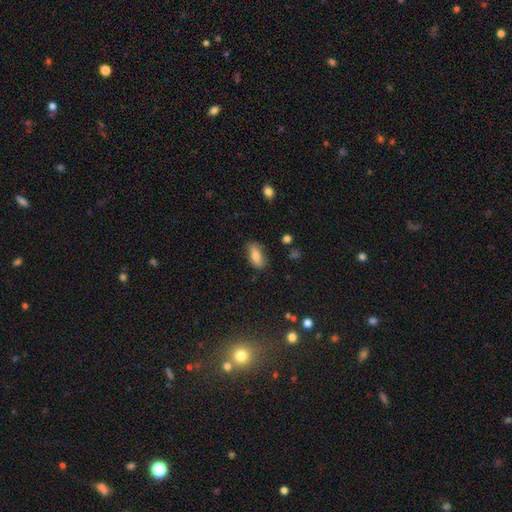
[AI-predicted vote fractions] Q: Smooth or featured?
A: smooth (79%); runner-up: featured or disk (13%)
Q: How rounded?
A: in between (85%); runner-up: cigar-shaped (11%)
Q: Merging?
A: none (77%); runner-up: minor disturbance (17%)